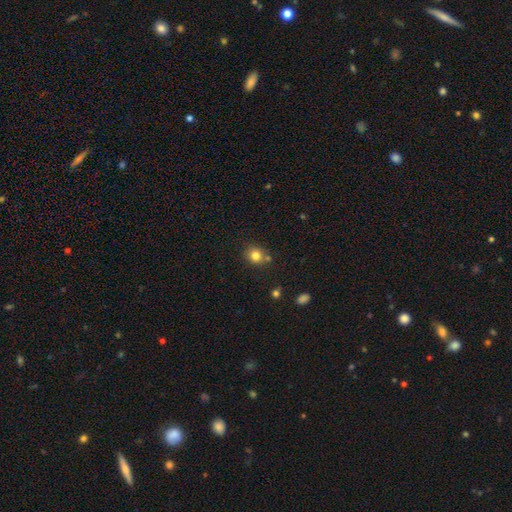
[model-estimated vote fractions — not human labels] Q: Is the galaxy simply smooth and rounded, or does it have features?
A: smooth — 81%.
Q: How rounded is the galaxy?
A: round — 78%.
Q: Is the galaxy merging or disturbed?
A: none — 71%.